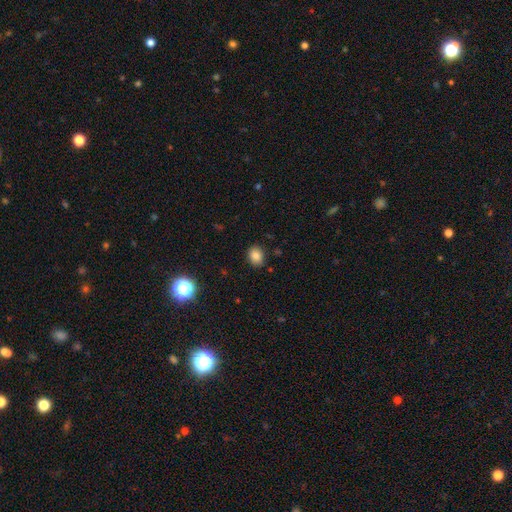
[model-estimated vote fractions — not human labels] smooth 82%, star or artifact 11%, featured or disk 7%. Down the decision tree: how rounded — round (50%); merging — none (86%).